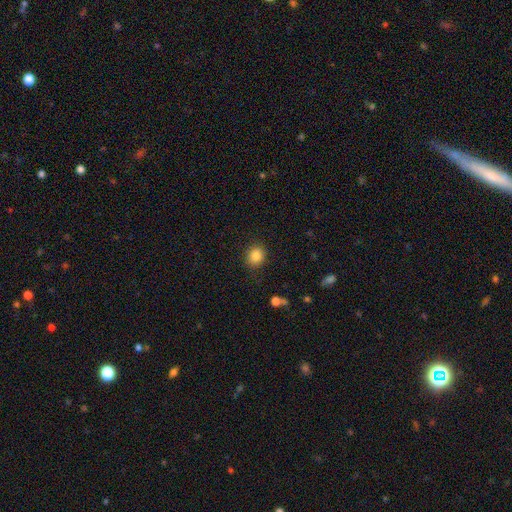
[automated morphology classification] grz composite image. It shows a smooth galaxy with no disk features (85%) that is round (72%). Merging: none (88%).